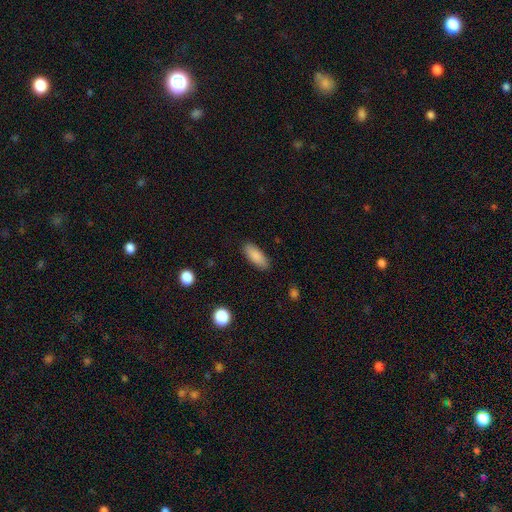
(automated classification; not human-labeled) This is clearly a smooth galaxy (87%). How rounded: likely in between (75%). Merging: clearly none (88%).